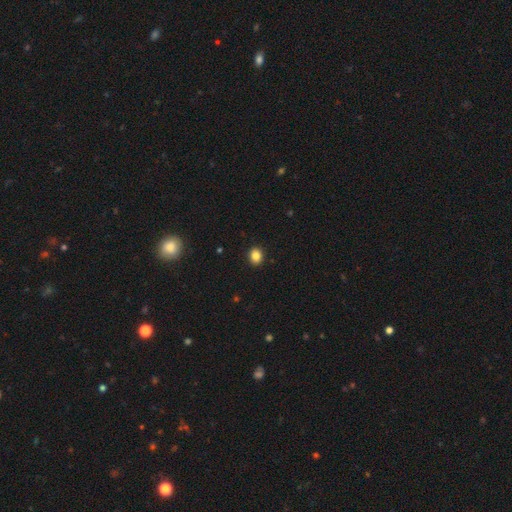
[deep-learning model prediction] Overall: smooth (85%). How rounded: round (57%; in between 42%). Merging: none (92%).